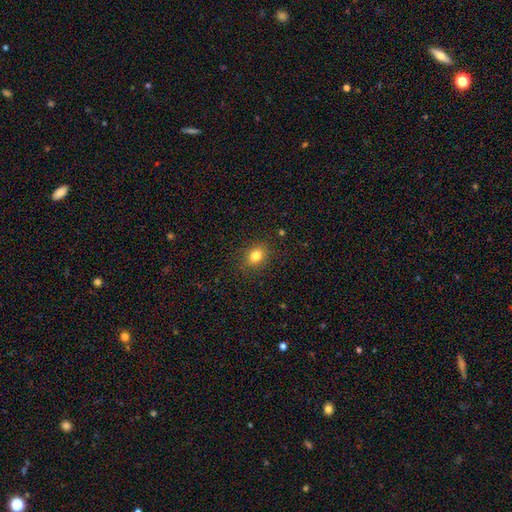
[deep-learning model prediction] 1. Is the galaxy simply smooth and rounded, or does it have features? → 81% smooth, 12% star or artifact, 7% featured or disk.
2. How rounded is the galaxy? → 50% round, 49% in between, 1% cigar-shaped.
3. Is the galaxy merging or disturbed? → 87% none, 9% minor disturbance, 3% major disturbance, 1% merger.